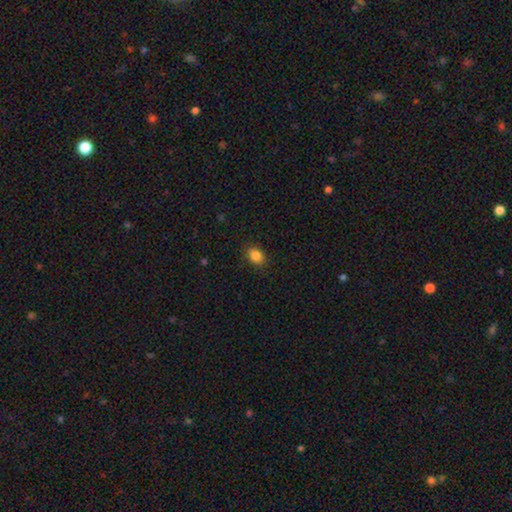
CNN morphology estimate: smooth_or_featured: smooth (p=0.86) [alt: star or artifact p=0.10]
how_rounded: in between (p=0.63) [alt: round p=0.36]
merging: none (p=0.87) [alt: minor disturbance p=0.10]